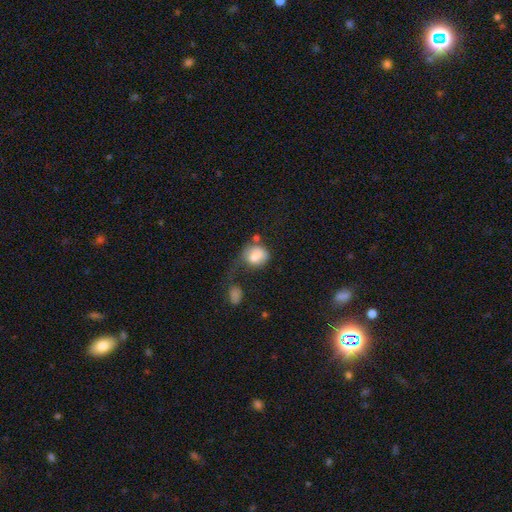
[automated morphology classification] Q: Smooth or featured?
A: smooth (80%); runner-up: featured or disk (11%)
Q: How rounded?
A: round (70%); runner-up: in between (29%)
Q: Merging?
A: none (32%); runner-up: major disturbance (26%)